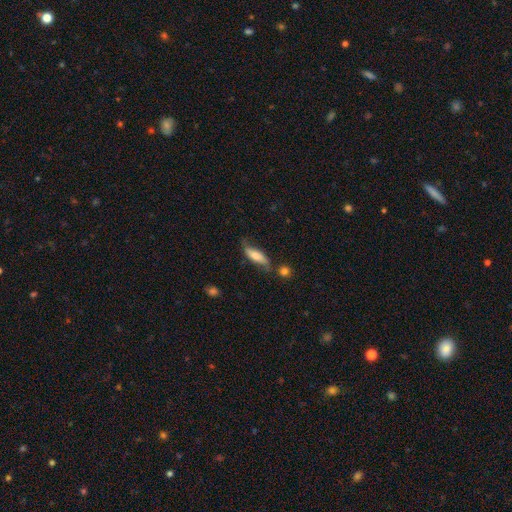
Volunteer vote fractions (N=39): Overall: smooth (72%). How rounded: in between (75%). Merging: none (64%; minor disturbance 28%).